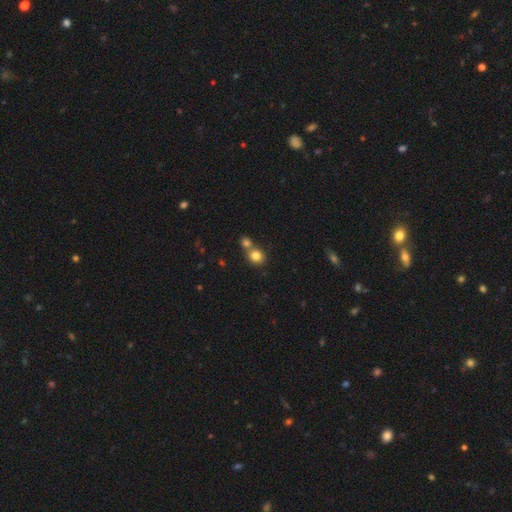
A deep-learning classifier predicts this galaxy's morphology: This appears to be a smooth galaxy with no disk features (82%) that is round (80%). Merging: none (48%).